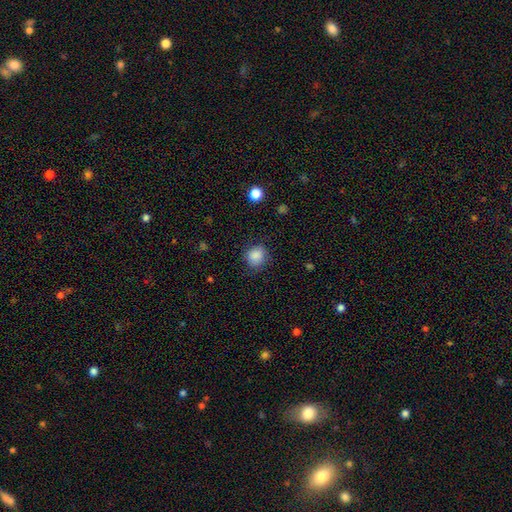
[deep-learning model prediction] smooth_or_featured: smooth (p=0.86) [alt: star or artifact p=0.09]
how_rounded: round (p=0.75) [alt: in between p=0.24]
merging: none (p=0.77) [alt: minor disturbance p=0.17]